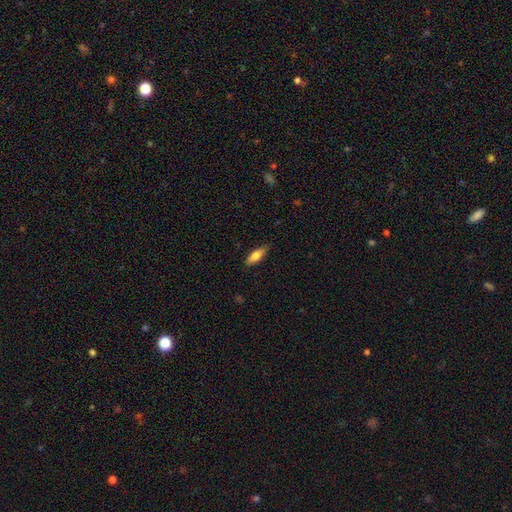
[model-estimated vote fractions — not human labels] smooth_or_featured: smooth (p=0.73) [alt: featured or disk p=0.21]
how_rounded: in between (p=0.62) [alt: cigar-shaped p=0.36]
merging: none (p=0.82) [alt: minor disturbance p=0.14]